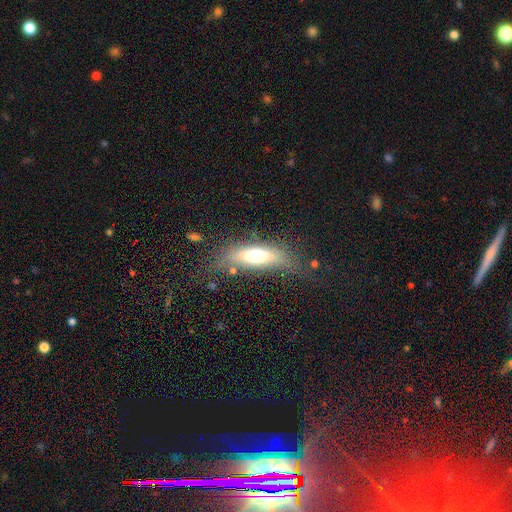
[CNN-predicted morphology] Smooth or featured? Predicted: smooth (p=0.65). How rounded? Predicted: in between (p=0.54). Merging? Predicted: none (p=0.70).